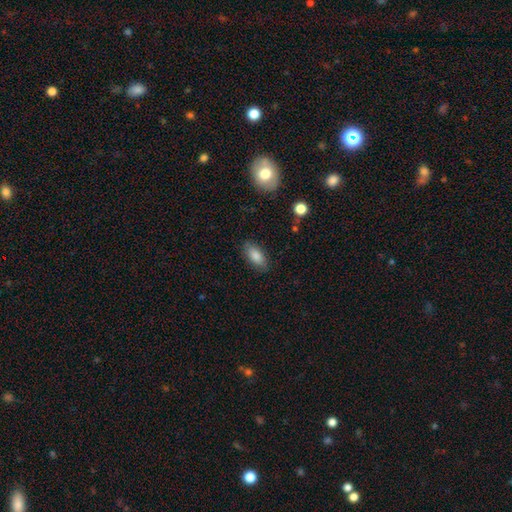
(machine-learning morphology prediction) Q: Smooth or featured?
A: smooth (84%); runner-up: featured or disk (9%)
Q: How rounded?
A: in between (88%); runner-up: cigar-shaped (9%)
Q: Merging?
A: none (84%); runner-up: minor disturbance (12%)